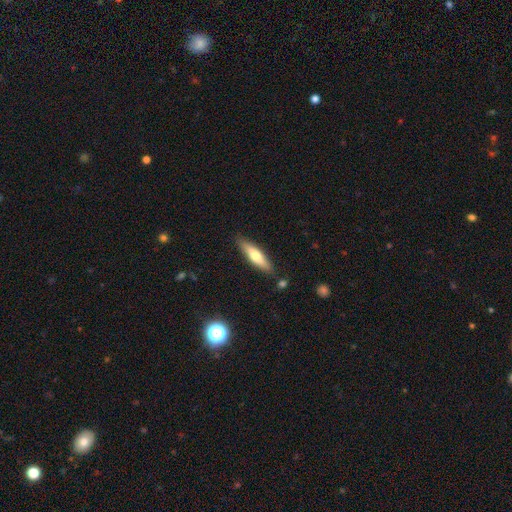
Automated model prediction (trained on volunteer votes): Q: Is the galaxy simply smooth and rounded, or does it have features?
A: smooth — 59%.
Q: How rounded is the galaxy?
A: cigar-shaped — 68%.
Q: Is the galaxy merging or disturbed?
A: none — 85%.